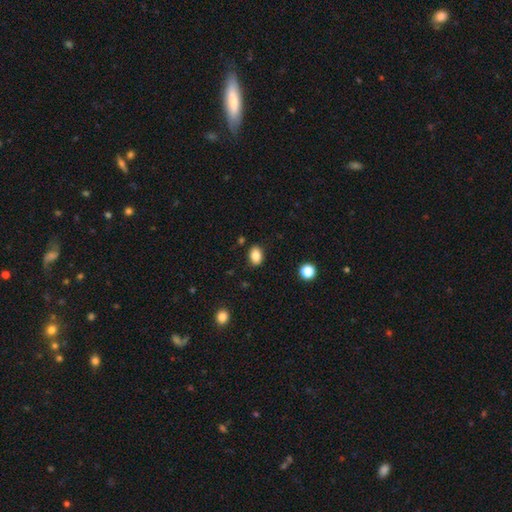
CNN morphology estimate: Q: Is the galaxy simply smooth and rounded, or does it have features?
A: smooth — 85%.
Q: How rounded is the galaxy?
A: in between — 78%.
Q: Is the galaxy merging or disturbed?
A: none — 87%.